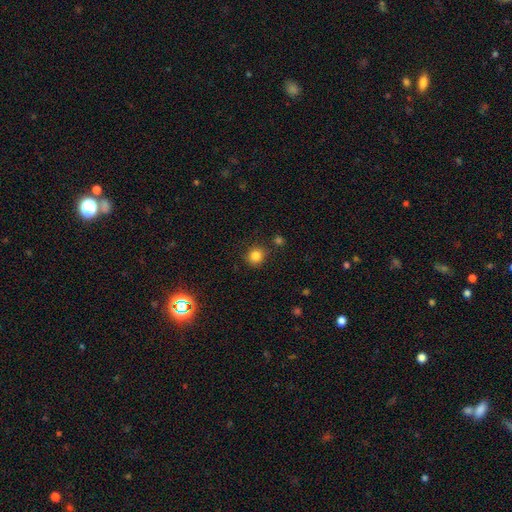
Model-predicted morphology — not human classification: Smooth or featured? Predicted: smooth (p=0.83). How rounded? Predicted: round (p=0.91). Merging? Predicted: none (p=0.86).